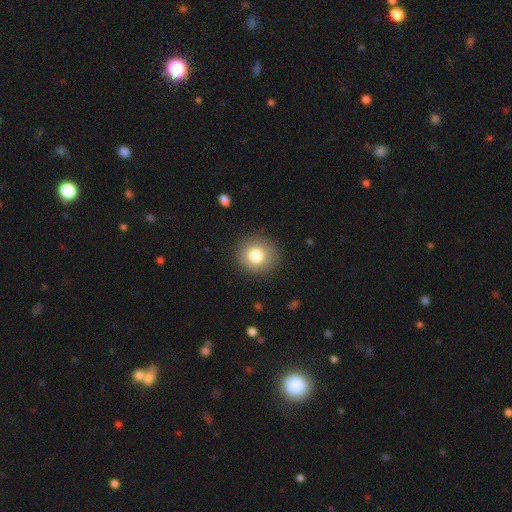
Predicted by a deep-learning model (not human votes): Smooth or featured: smooth — 80% (star or artifact — 10%)
How rounded: round — 90% (in between — 9%)
Merging: none — 90% (minor disturbance — 7%)